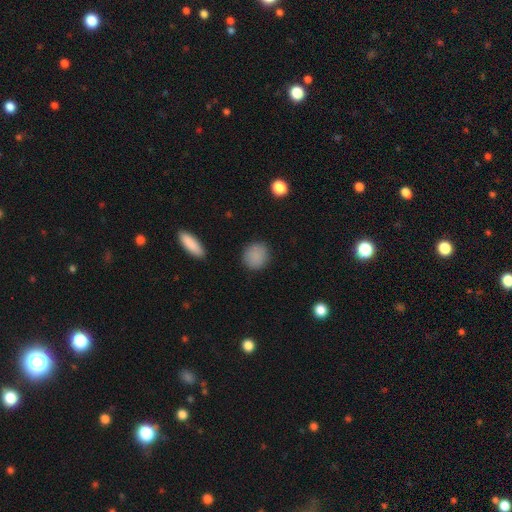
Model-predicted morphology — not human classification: smooth-or-featured: smooth: 87% | star or artifact: 9% | featured or disk: 5%
  how-rounded: round: 84% | in between: 15% | cigar-shaped: 1%
  merging: none: 87% | minor disturbance: 9% | major disturbance: 3% | merger: 1%